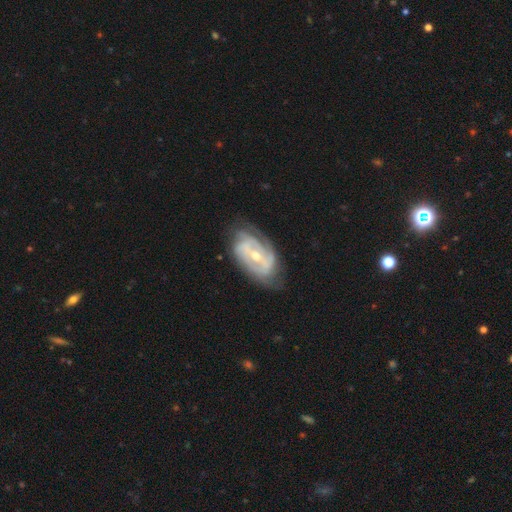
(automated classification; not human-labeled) Smooth or featured? featured or disk (84%)
Edge-on disk? no (95%)
Bar? weak (41%)
Spiral arms? yes (91%)
Spiral winding? tight (56%)
Spiral arm count? 2 (45%)
Bulge size? moderate (54%)
Merging? none (69%)